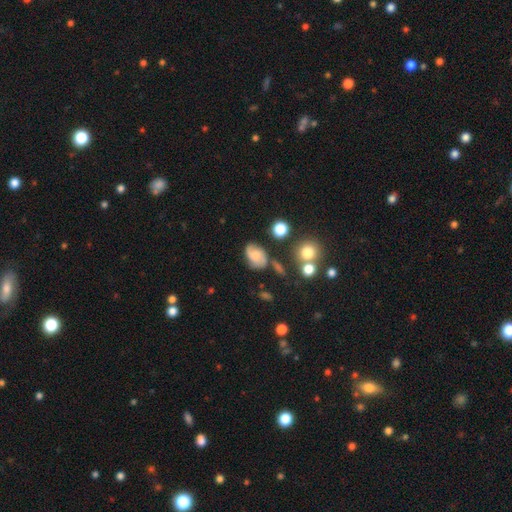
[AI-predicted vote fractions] Smooth or featured?
  - featured or disk: 50% *
  - smooth: 40%
  - star or artifact: 10%
Merging?
  - none: 60% *
  - minor disturbance: 24%
  - major disturbance: 9%
  - merger: 7%